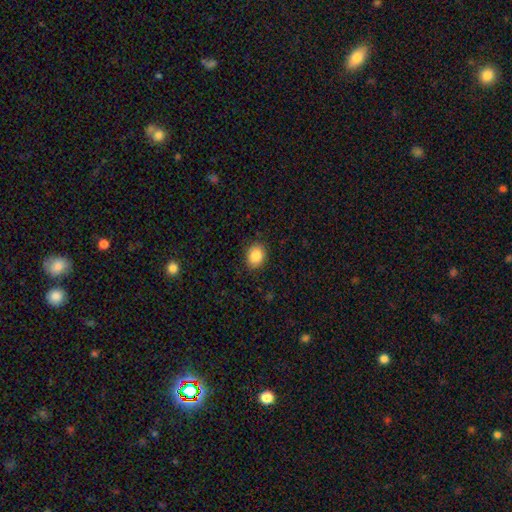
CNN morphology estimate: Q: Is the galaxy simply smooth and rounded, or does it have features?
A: smooth — 85%.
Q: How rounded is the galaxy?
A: in between — 51%.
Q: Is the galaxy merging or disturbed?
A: none — 89%.